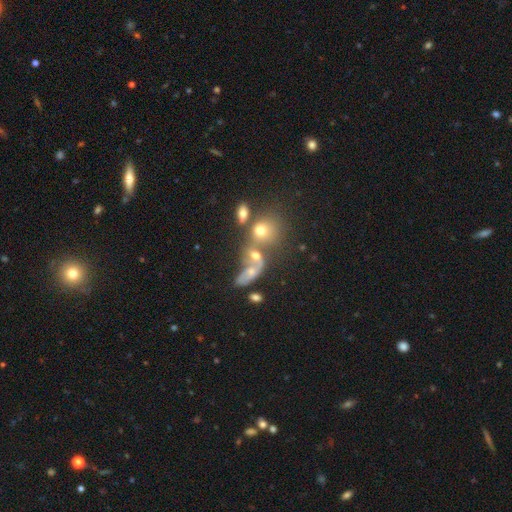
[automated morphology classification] Overall: smooth (47%; featured or disk 38%). Merging: merger (61%).